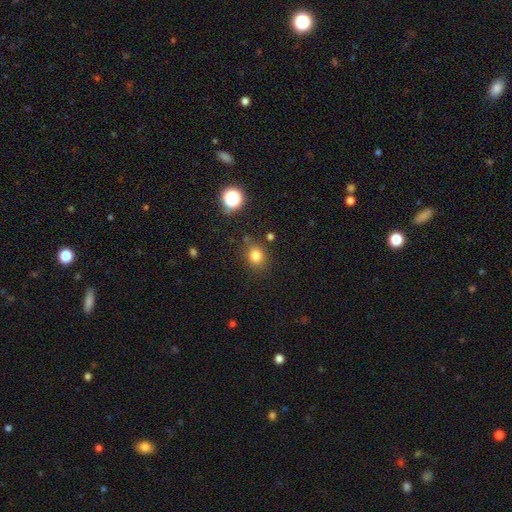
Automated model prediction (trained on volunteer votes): This appears to be a smooth galaxy with no disk features (80%) that is round (76%). Merging: none (79%).